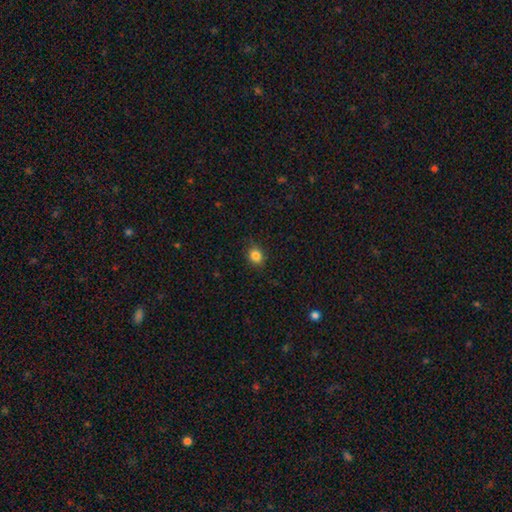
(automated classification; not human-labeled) Smooth or featured: smooth — 85% (star or artifact — 11%)
How rounded: round — 66% (in between — 33%)
Merging: none — 86% (minor disturbance — 11%)